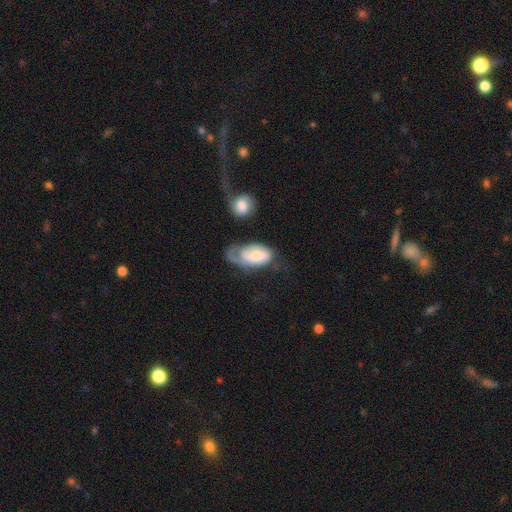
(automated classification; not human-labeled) A smooth galaxy with no disk features (53%) that is in between round and cigar-shaped (92%). Merging: major disturbance (38%).